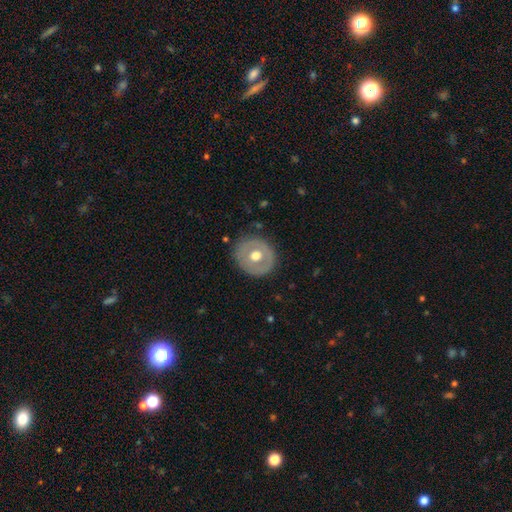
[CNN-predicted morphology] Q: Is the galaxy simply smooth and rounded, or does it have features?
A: featured or disk — 48%.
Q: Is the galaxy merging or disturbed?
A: none — 85%.